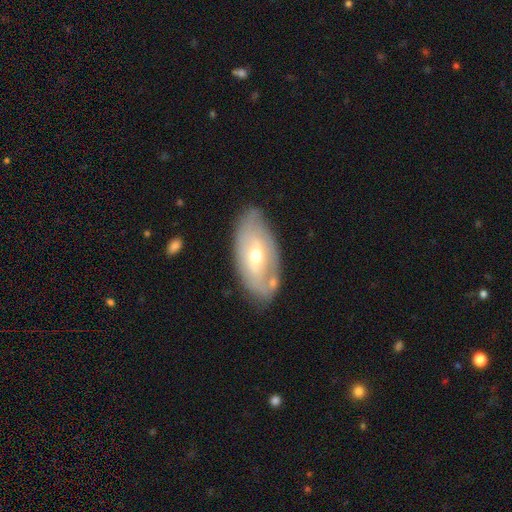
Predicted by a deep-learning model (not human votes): Morphology: type=featured or disk (60%); edge-on=no (87%); bar=no (49%); spiral arms=no (53%); bulge=moderate (62%); merging=none (72%).